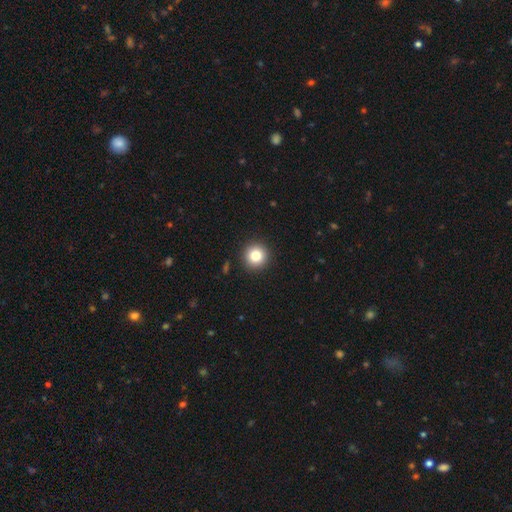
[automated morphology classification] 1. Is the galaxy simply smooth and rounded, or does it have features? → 82% smooth, 11% star or artifact, 8% featured or disk.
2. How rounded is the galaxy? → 95% round, 4% in between, 1% cigar-shaped.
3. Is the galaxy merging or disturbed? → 93% none, 5% minor disturbance, 2% major disturbance, 1% merger.